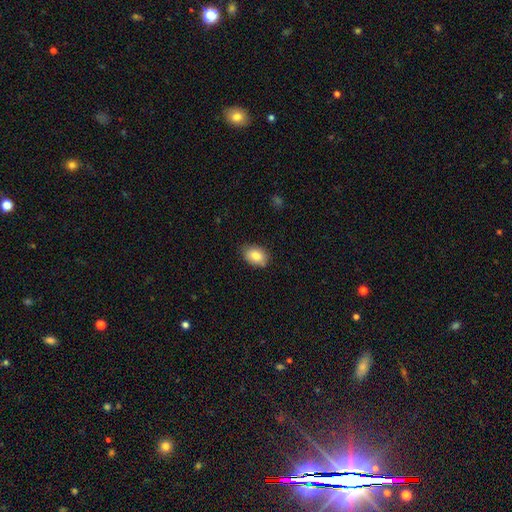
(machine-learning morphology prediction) Smooth or featured?
  - smooth: 84% *
  - featured or disk: 8%
  - star or artifact: 8%
How rounded?
  - in between: 81% *
  - round: 18%
  - cigar-shaped: 1%
Merging?
  - none: 79% *
  - minor disturbance: 17%
  - major disturbance: 3%
  - merger: 1%